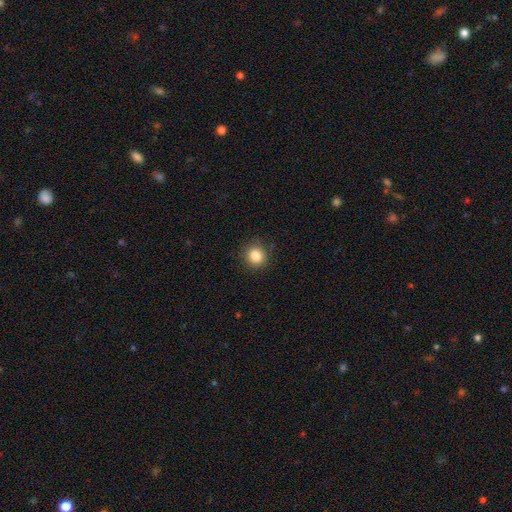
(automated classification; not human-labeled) smooth-or-featured: smooth: 85% | star or artifact: 11% | featured or disk: 5%
  how-rounded: round: 89% | in between: 10% | cigar-shaped: 1%
  merging: none: 88% | minor disturbance: 9% | major disturbance: 2% | merger: 1%